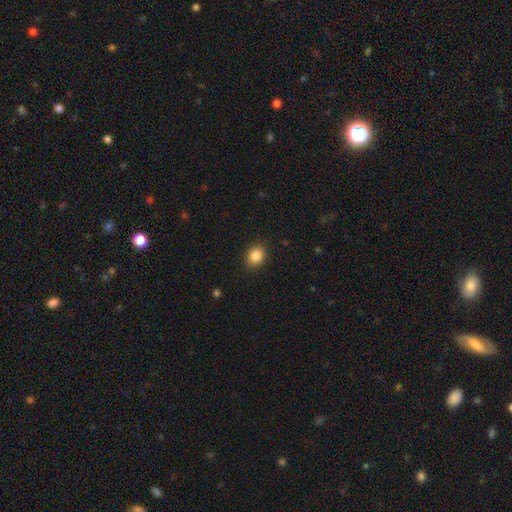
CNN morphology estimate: The model was most divided on "how rounded": round: 54%, in between: 45%, cigar-shaped: 1%. More confident: merging — none (88%); smooth or featured — smooth (85%).